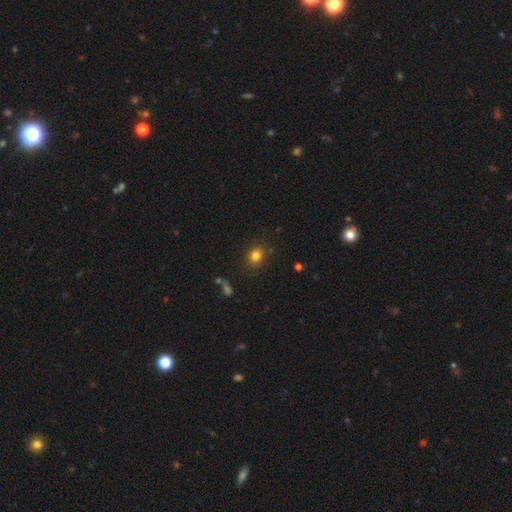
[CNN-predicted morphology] Smooth or featured?
  - smooth: 81% *
  - star or artifact: 12%
  - featured or disk: 7%
How rounded?
  - round: 53% *
  - in between: 46%
  - cigar-shaped: 1%
Merging?
  - none: 84% *
  - minor disturbance: 11%
  - major disturbance: 3%
  - merger: 2%